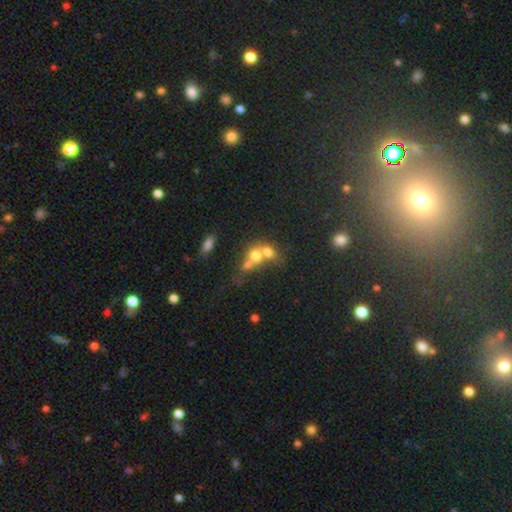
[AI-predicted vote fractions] The model was most divided on "how rounded": round: 59%, in between: 39%, cigar-shaped: 2%. More confident: merging — merger (69%); smooth or featured — smooth (64%).